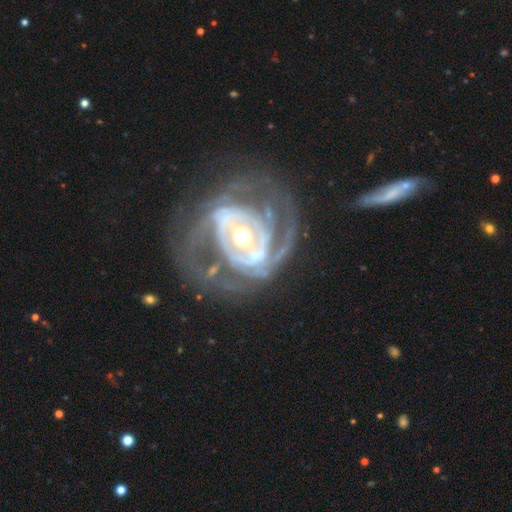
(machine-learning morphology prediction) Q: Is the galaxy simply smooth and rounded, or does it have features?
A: featured or disk — 88%.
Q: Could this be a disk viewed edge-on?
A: no — 97%.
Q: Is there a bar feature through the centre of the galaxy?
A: no — 47%.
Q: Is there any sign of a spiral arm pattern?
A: yes — 88%.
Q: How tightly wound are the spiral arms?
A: tight — 44%.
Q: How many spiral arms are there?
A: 2 — 36%.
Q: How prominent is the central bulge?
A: moderate — 69%.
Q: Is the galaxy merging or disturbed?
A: none — 46%.